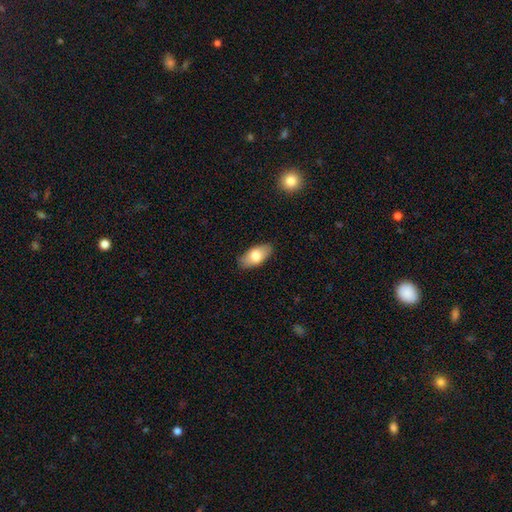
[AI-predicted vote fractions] The model was most divided on "smooth or featured": smooth: 77%, featured or disk: 17%, star or artifact: 6%. More confident: how rounded — in between (91%); merging — none (86%).